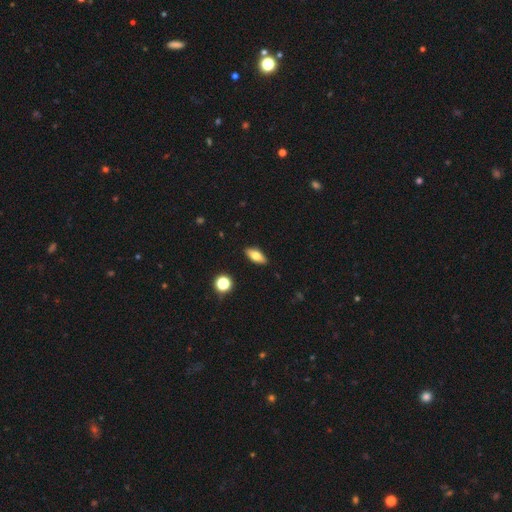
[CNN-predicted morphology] Smooth or featured? smooth (68%)
How rounded? in between (79%)
Merging? none (89%)